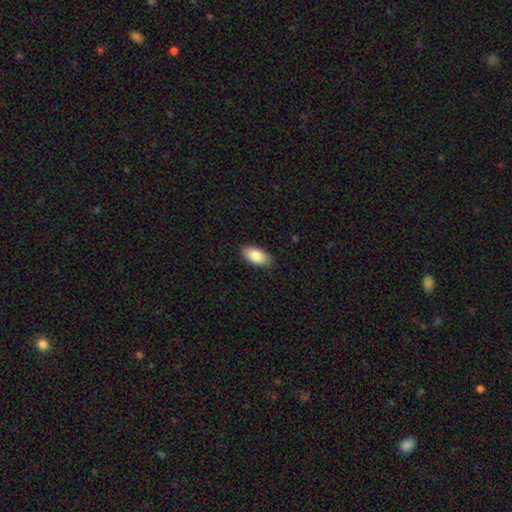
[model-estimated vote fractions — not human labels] This appears to be a smooth galaxy with no disk features (84%) that is in between round and cigar-shaped (94%). Merging: none (87%).